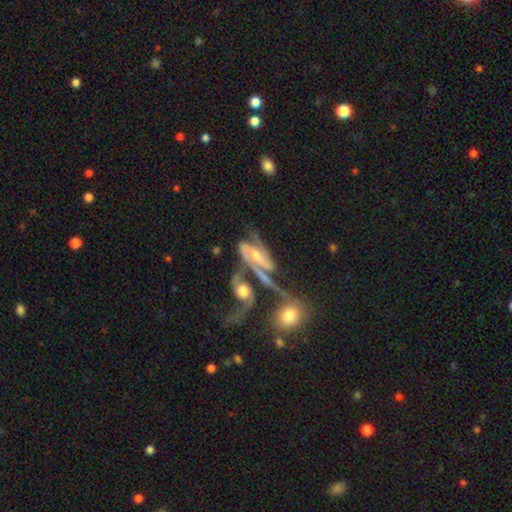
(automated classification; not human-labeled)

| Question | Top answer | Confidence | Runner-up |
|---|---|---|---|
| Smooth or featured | featured or disk | 81% | smooth (12%) |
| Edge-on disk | no | 94% | yes (6%) |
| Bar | no | 42% | weak (35%) |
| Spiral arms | yes | 93% | no (7%) |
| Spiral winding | medium | 43% | loose (39%) |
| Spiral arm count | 2 | 78% | can't tell (7%) |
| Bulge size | moderate | 53% | small (38%) |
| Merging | merger | 52% | none (19%) |